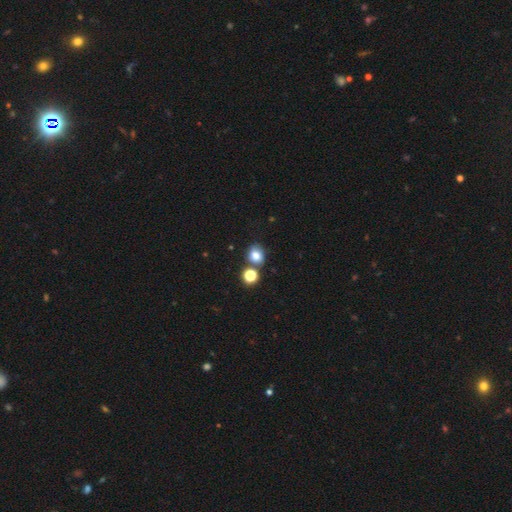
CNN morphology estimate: A smooth galaxy with no disk features (79%) that is round (63%). Merging: none (65%).